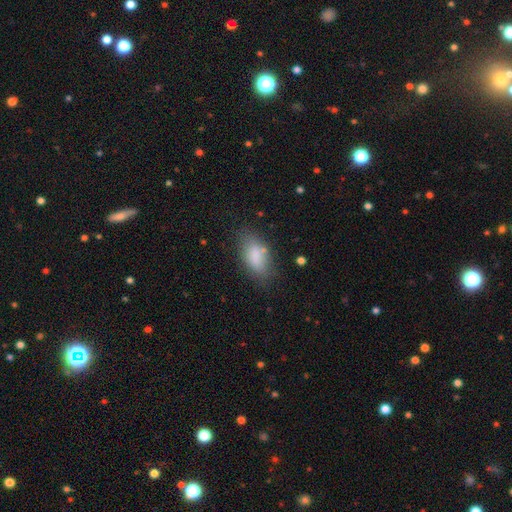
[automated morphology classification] Smooth or featured: smooth — 81% (featured or disk — 11%)
How rounded: in between — 89% (cigar-shaped — 7%)
Merging: none — 69% (minor disturbance — 20%)